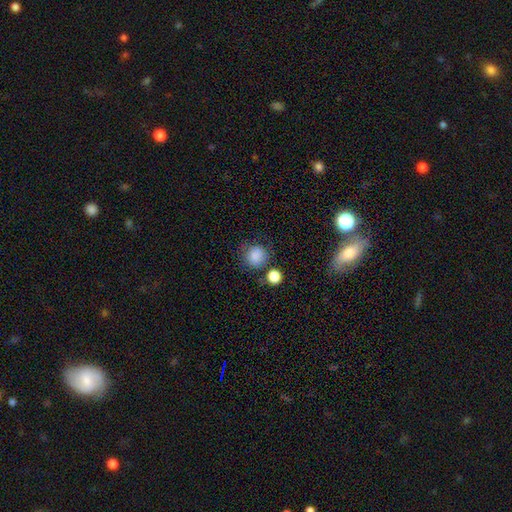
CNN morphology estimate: type=smooth (85%); roundness=round (89%); merging=none (69%).